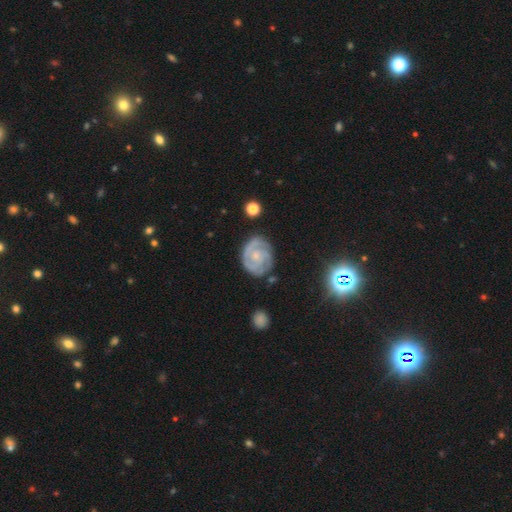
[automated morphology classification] smooth-or-featured: featured or disk: 81% | smooth: 13% | star or artifact: 6%
  disk-edge-on: no: 98% | yes: 2%
    bar: no: 70% | weak: 26% | strong: 4%
    has-spiral-arms: yes: 95% | no: 5%
      spiral-winding: tight: 68% | medium: 26% | loose: 5%
      spiral-arm-count: 2: 47% | 3: 22% | can't tell: 19% | 1: 5% | 4: 4% | more than 4: 3%
    bulge-size: small: 60% | moderate: 27% | none: 10% | large: 2% | dominant: 1%
  merging: none: 73% | minor disturbance: 18% | major disturbance: 6% | merger: 2%